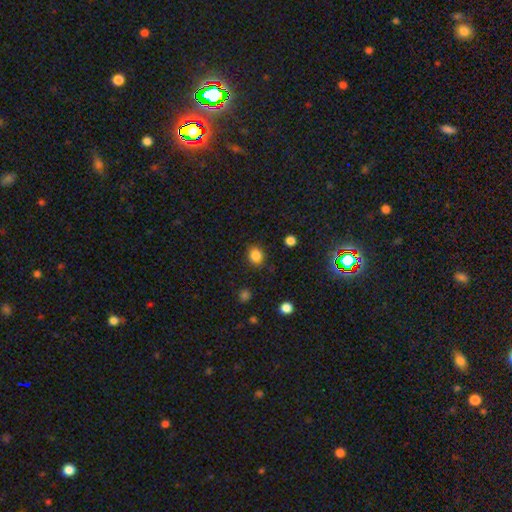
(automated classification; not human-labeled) smooth-or-featured: smooth: 85% | star or artifact: 12% | featured or disk: 4%
  how-rounded: round: 67% | in between: 32% | cigar-shaped: 1%
  merging: none: 85% | minor disturbance: 10% | major disturbance: 3% | merger: 2%